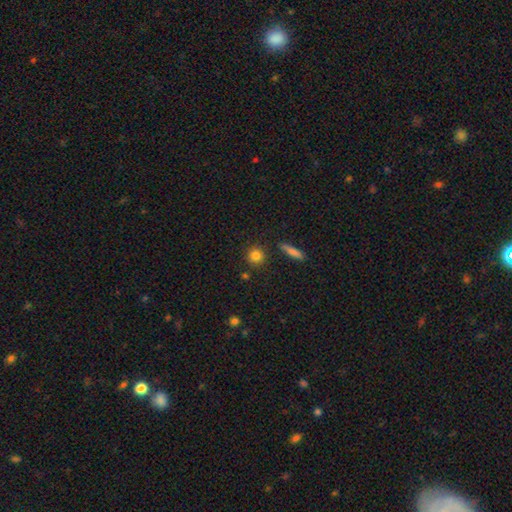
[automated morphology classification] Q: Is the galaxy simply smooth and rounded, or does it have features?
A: smooth — 82%.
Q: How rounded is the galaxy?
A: round — 88%.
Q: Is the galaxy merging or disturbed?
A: none — 85%.